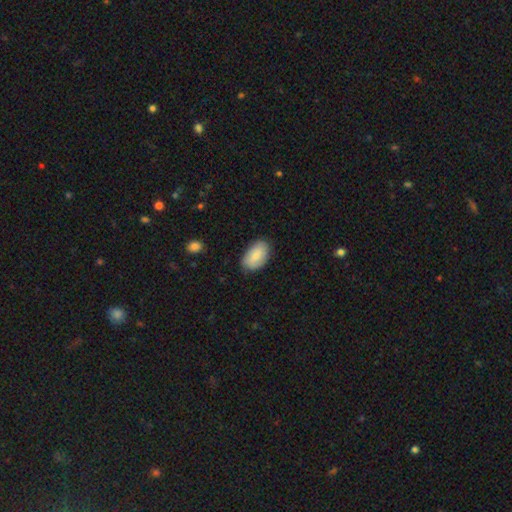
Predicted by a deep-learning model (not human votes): smooth 82%, featured or disk 12%, star or artifact 6%. Down the decision tree: how rounded — in between (93%); merging — none (81%).